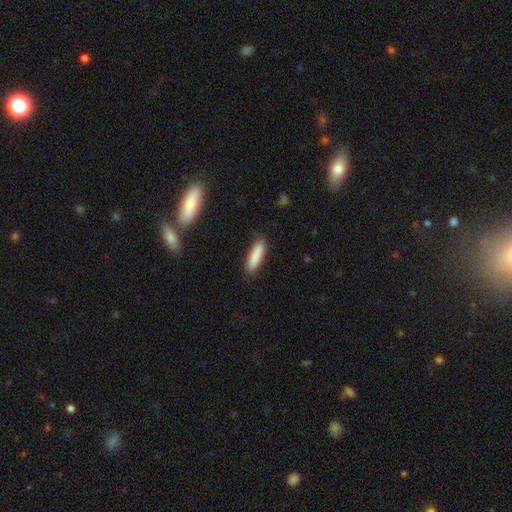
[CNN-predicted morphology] Overall: smooth (87%). How rounded: cigar-shaped (67%; in between 31%). Merging: none (87%).